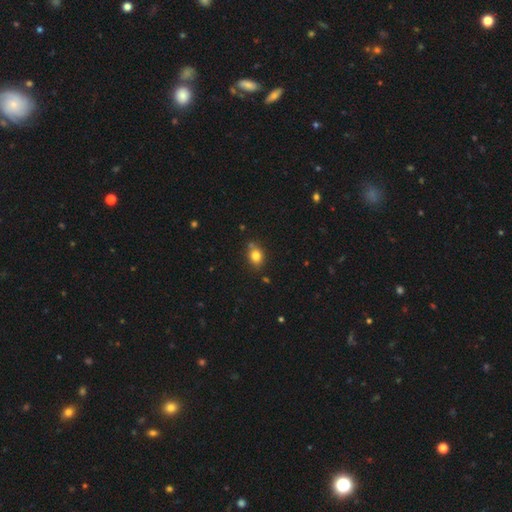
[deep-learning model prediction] A smooth galaxy with no disk features (81%) that is in between round and cigar-shaped (58%).

Vote fractions:
- Smooth or featured? smooth: 81% / star or artifact: 11% / featured or disk: 8%
- How rounded? in between: 58% / round: 41% / cigar-shaped: 1%
- Merging? none: 73% / minor disturbance: 17% / merger: 7% / major disturbance: 3%